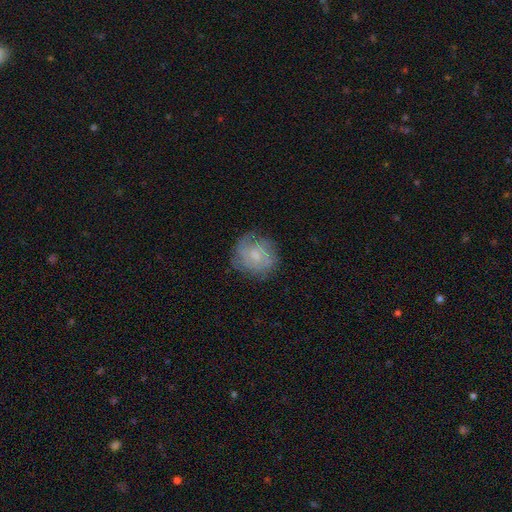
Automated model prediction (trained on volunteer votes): Smooth or featured: featured or disk — 58% (smooth — 34%)
Edge-on disk: no — 97% (yes — 3%)
Bar: no — 62% (weak — 34%)
Spiral arms: yes — 85% (no — 15%)
Bulge size: small — 58% (moderate — 29%)
Merging: none — 73% (minor disturbance — 19%)